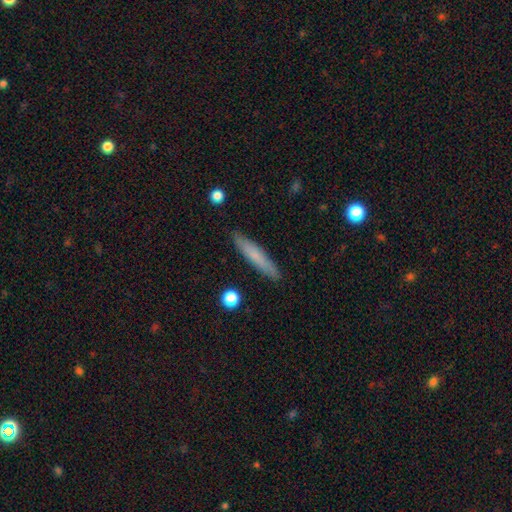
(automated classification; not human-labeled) Overall: smooth (68%). How rounded: cigar-shaped (92%). Merging: none (89%).